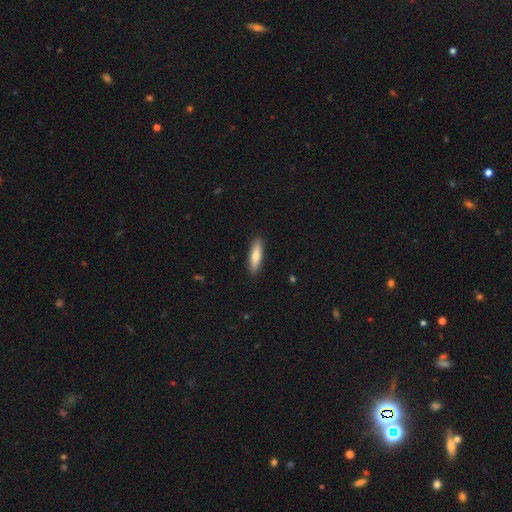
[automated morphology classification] This is likely a smooth galaxy (78%). How rounded: likely cigar-shaped (65%). Merging: clearly none (90%).